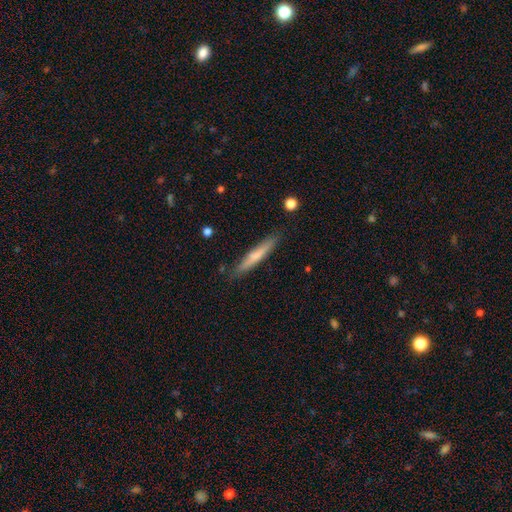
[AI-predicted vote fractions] Smooth or featured?
  - smooth: 60% *
  - featured or disk: 34%
  - star or artifact: 6%
How rounded?
  - cigar-shaped: 94% *
  - in between: 4%
  - round: 1%
Merging?
  - none: 87% *
  - minor disturbance: 9%
  - major disturbance: 2%
  - merger: 2%